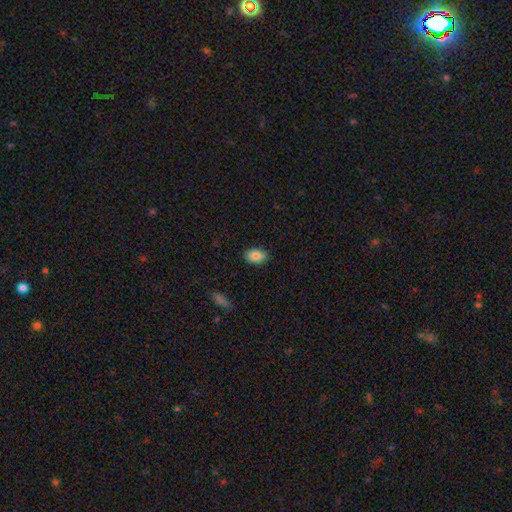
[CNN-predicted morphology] The model was most divided on "how rounded": in between: 87%, round: 12%, cigar-shaped: 1%. More confident: merging — none (88%); smooth or featured — smooth (84%).